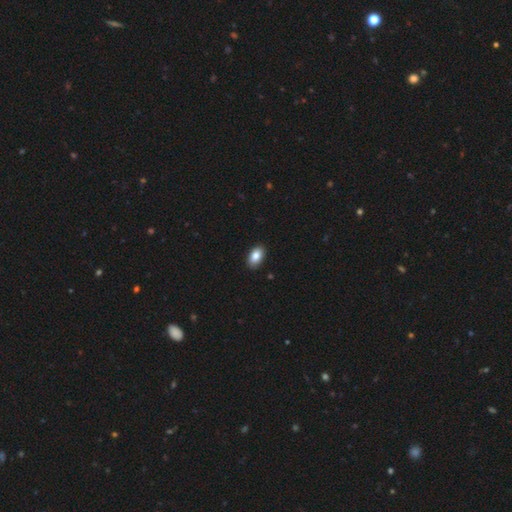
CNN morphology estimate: Smooth or featured? smooth (85%)
How rounded? in between (93%)
Merging? none (90%)